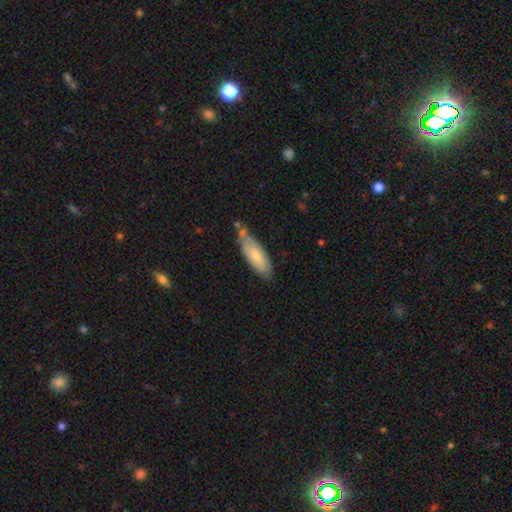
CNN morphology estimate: Q: Smooth or featured?
A: smooth (70%); runner-up: featured or disk (25%)
Q: How rounded?
A: in between (68%); runner-up: cigar-shaped (30%)
Q: Merging?
A: none (57%); runner-up: minor disturbance (27%)